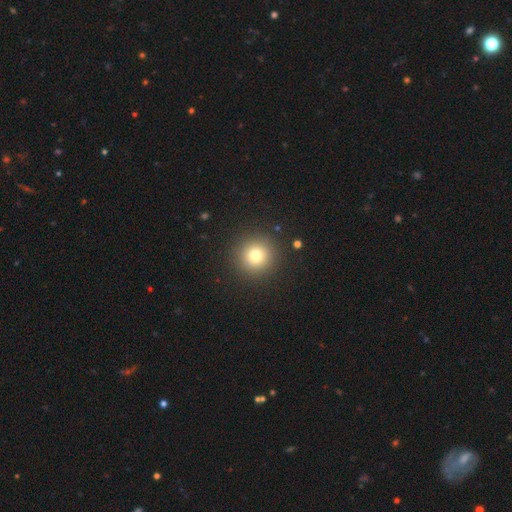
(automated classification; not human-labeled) Smooth or featured? smooth (76%)
How rounded? round (95%)
Merging? none (91%)